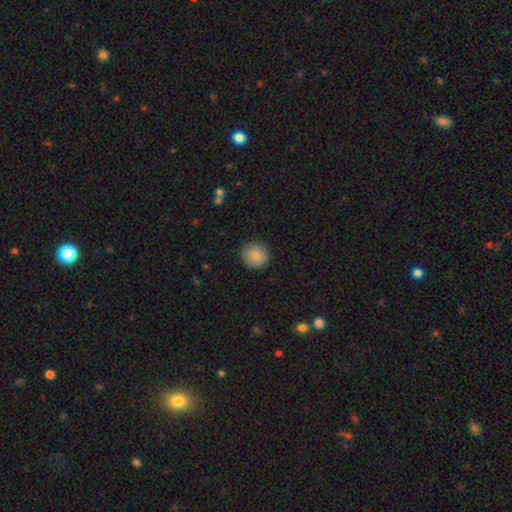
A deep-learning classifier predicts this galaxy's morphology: Smooth or featured? Predicted: smooth (p=0.86). How rounded? Predicted: round (p=0.94). Merging? Predicted: none (p=0.88).